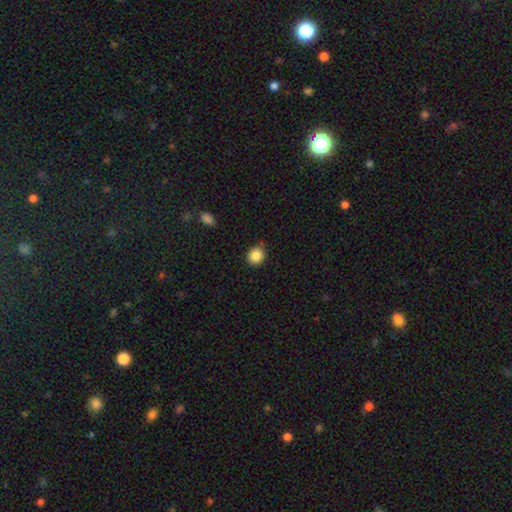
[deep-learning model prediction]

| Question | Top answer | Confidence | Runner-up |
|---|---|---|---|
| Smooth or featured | smooth | 86% | star or artifact (9%) |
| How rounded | round | 86% | in between (13%) |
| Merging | none | 83% | minor disturbance (12%) |